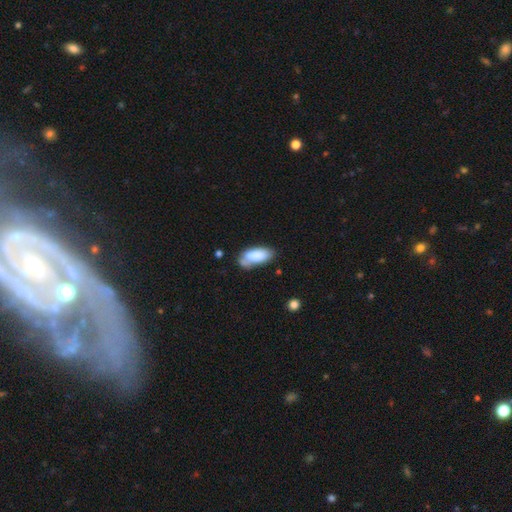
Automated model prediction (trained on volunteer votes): smooth_or_featured: smooth (p=0.81) [alt: featured or disk p=0.12]
how_rounded: in between (p=0.84) [alt: cigar-shaped p=0.14]
merging: none (p=0.49) [alt: minor disturbance p=0.27]